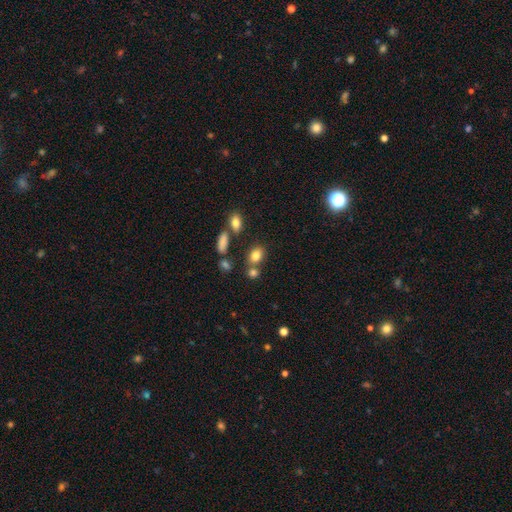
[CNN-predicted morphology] Smooth or featured?
  - smooth: 81% *
  - star or artifact: 11%
  - featured or disk: 8%
How rounded?
  - in between: 61% *
  - round: 37%
  - cigar-shaped: 2%
Merging?
  - none: 64% *
  - merger: 19%
  - minor disturbance: 12%
  - major disturbance: 4%